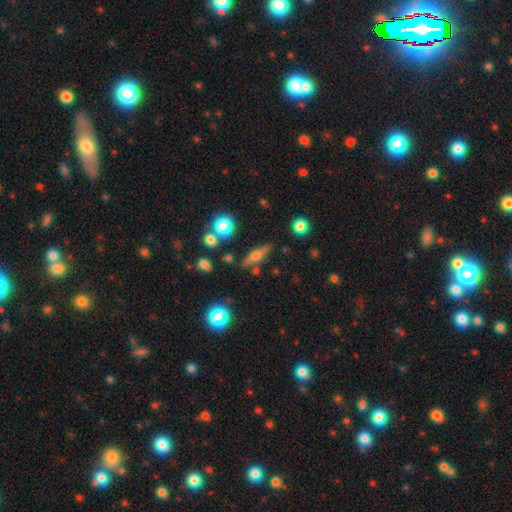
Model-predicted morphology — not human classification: Smooth or featured: featured or disk — 47% (smooth — 43%)
Merging: none — 78% (minor disturbance — 12%)